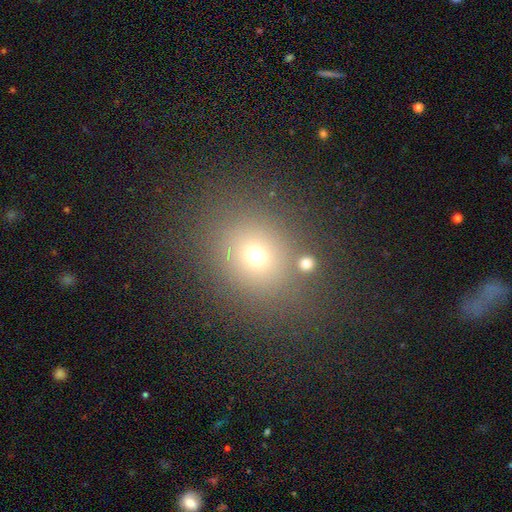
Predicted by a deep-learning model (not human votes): smooth-or-featured: smooth: 67% | star or artifact: 21% | featured or disk: 11%
  how-rounded: round: 67% | in between: 32% | cigar-shaped: 1%
  merging: none: 76% | minor disturbance: 11% | merger: 7% | major disturbance: 6%